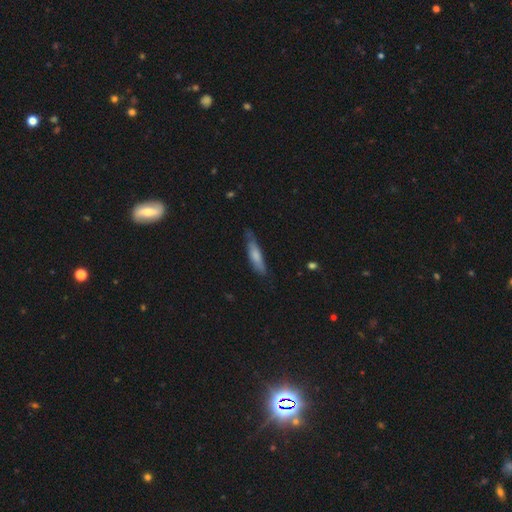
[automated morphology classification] smooth_or_featured: smooth (p=0.69) [alt: featured or disk p=0.25]
how_rounded: cigar-shaped (p=0.79) [alt: in between p=0.20]
merging: none (p=0.68) [alt: minor disturbance p=0.25]